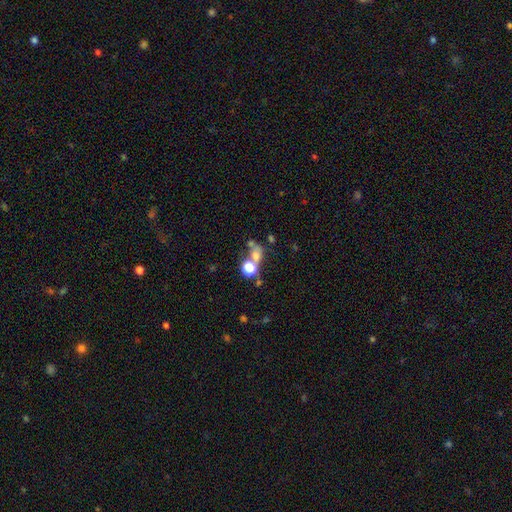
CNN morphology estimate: Smooth or featured: smooth — 60% (star or artifact — 23%)
How rounded: round — 63% (in between — 34%)
Merging: merger — 46% (none — 36%)